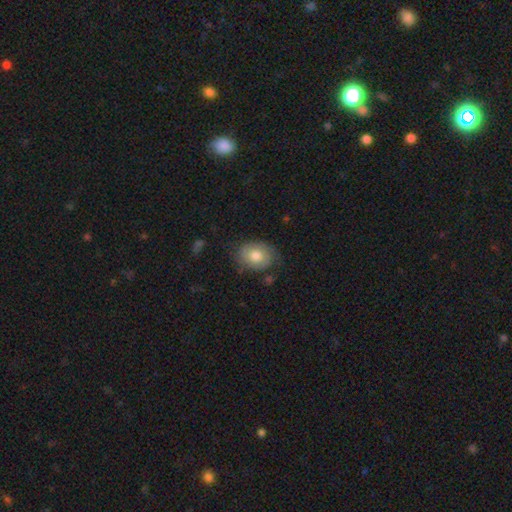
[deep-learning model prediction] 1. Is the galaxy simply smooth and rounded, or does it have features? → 56% smooth, 37% featured or disk, 8% star or artifact.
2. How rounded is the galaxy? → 61% in between, 38% round, 1% cigar-shaped.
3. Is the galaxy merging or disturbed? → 70% none, 21% minor disturbance, 7% major disturbance, 2% merger.